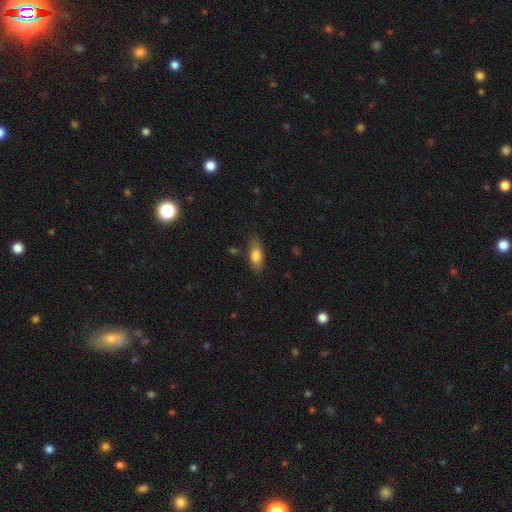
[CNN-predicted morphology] A smooth galaxy with no disk features (77%) that is in between round and cigar-shaped (79%). Merging: none (72%).